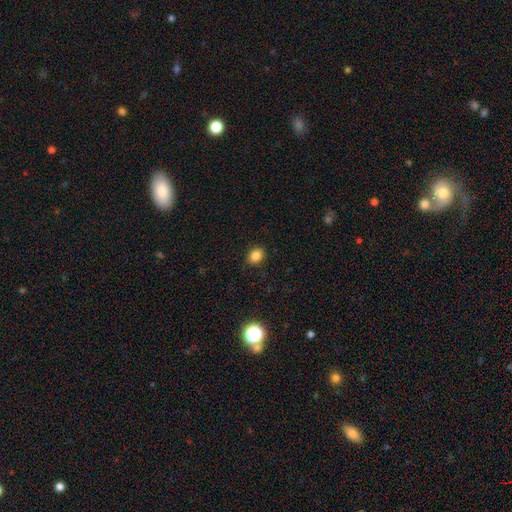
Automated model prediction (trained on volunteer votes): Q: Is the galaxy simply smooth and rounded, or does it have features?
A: smooth — 84%.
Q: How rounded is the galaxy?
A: round — 51%.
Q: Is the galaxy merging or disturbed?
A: none — 88%.